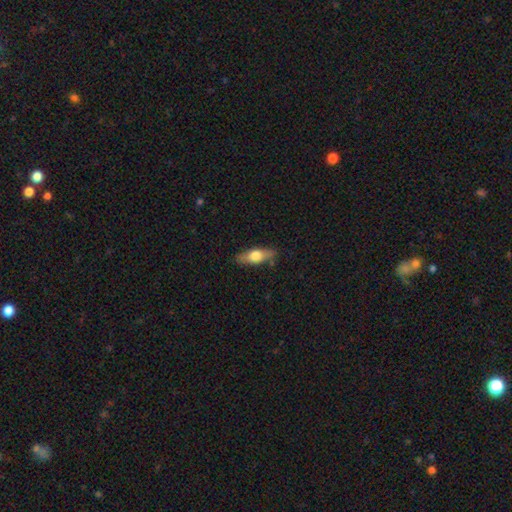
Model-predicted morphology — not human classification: Overall: smooth (58%; featured or disk 36%). How rounded: in between (59%; cigar-shaped 37%). Merging: none (83%).